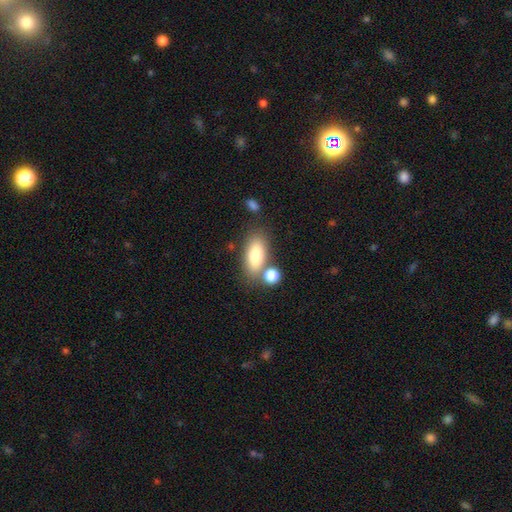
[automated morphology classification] smooth-or-featured: smooth: 79% | featured or disk: 14% | star or artifact: 7%
  how-rounded: in between: 81% | cigar-shaped: 15% | round: 5%
  merging: none: 63% | merger: 20% | minor disturbance: 13% | major disturbance: 5%